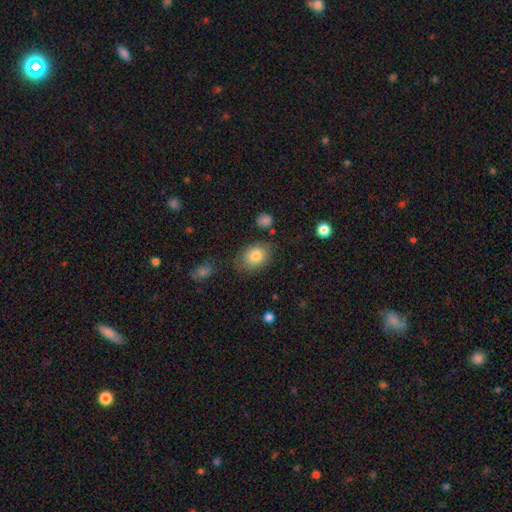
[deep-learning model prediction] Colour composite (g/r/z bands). It shows a smooth galaxy with no disk features (81%) that is in between round and cigar-shaped (69%). Merging: none (74%).